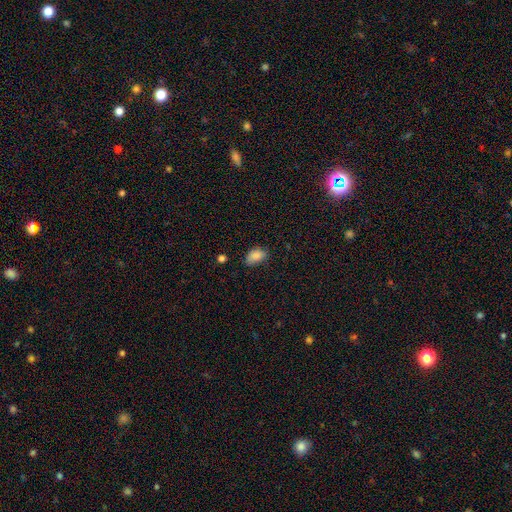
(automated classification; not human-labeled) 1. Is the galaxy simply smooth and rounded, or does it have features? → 86% smooth, 9% star or artifact, 5% featured or disk.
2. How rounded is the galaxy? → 88% in between, 11% round, 2% cigar-shaped.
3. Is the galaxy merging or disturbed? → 63% none, 30% minor disturbance, 6% major disturbance, 2% merger.